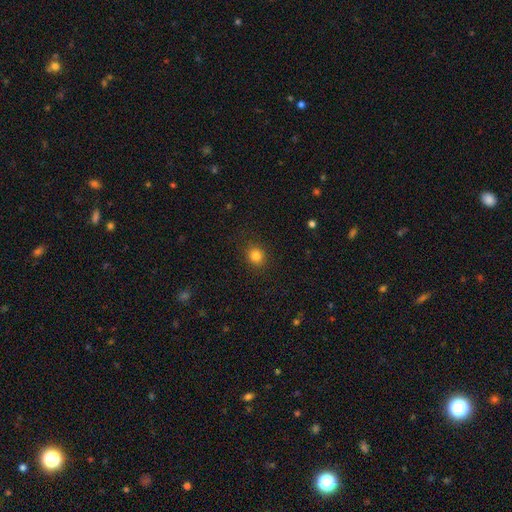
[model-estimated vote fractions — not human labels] This is clearly a smooth galaxy (83%). How rounded: clearly round (80%). Merging: clearly none (89%).